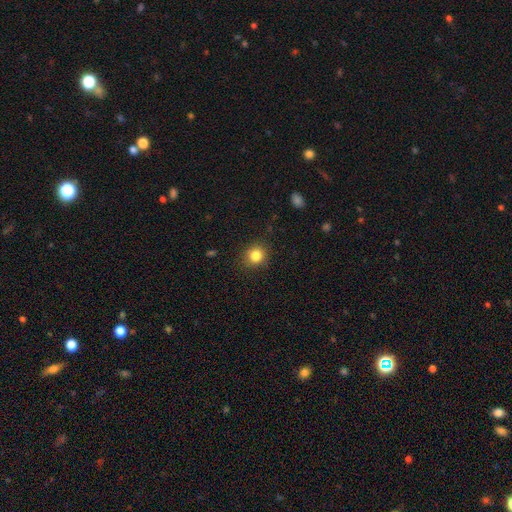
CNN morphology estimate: A smooth galaxy with no disk features (83%) that is round (82%).

Vote fractions:
- Smooth or featured? smooth: 83% / star or artifact: 11% / featured or disk: 6%
- How rounded? round: 82% / in between: 17% / cigar-shaped: 1%
- Merging? none: 87% / minor disturbance: 10% / major disturbance: 3% / merger: 1%